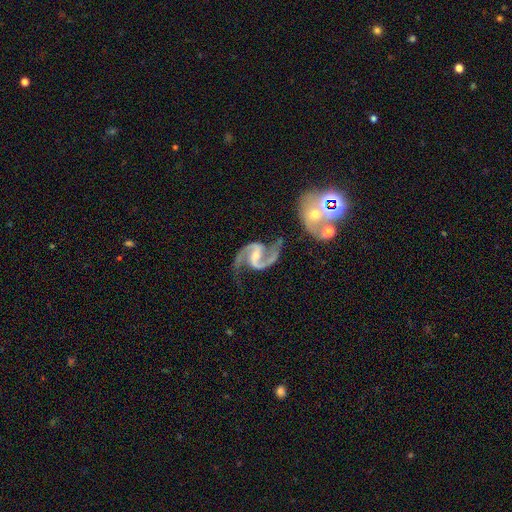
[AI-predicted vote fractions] smooth_or_featured: featured or disk (p=0.94) [alt: star or artifact p=0.03]
disk_edge_on: no (p=0.98) [alt: yes p=0.02]
bar: weak (p=0.45) [alt: strong p=0.35]
has_spiral_arms: yes (p=0.98) [alt: no p=0.02]
spiral_winding: medium (p=0.57) [alt: loose p=0.33]
spiral_arm_count: 2 (p=0.94) [alt: 1 p=0.01]
bulge_size: small (p=0.57) [alt: moderate p=0.35]
merging: none (p=0.67) [alt: minor disturbance p=0.17]